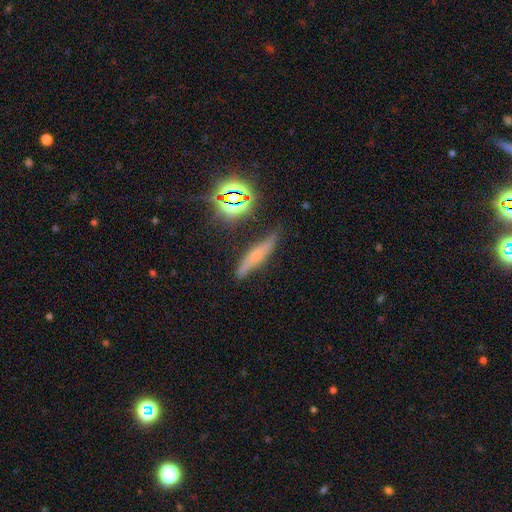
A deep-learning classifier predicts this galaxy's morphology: Smooth or featured: smooth — 48% (featured or disk — 33%)
Merging: none — 68% (minor disturbance — 22%)